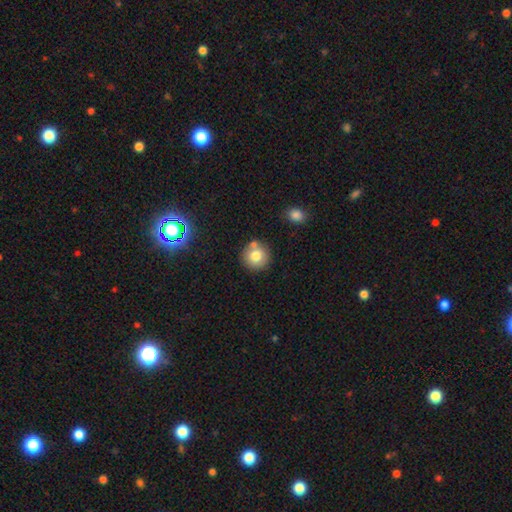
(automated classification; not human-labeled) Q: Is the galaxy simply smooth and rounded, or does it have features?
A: smooth — 78%.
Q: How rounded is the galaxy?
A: round — 93%.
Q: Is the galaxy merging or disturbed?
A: none — 73%.